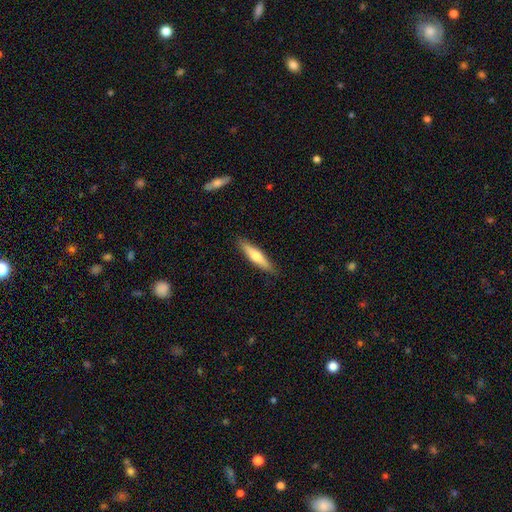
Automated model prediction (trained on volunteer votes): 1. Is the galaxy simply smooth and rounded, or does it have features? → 63% smooth, 32% featured or disk, 5% star or artifact.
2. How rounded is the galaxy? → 81% cigar-shaped, 18% in between, 1% round.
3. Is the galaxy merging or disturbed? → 89% none, 8% minor disturbance, 2% major disturbance, 1% merger.